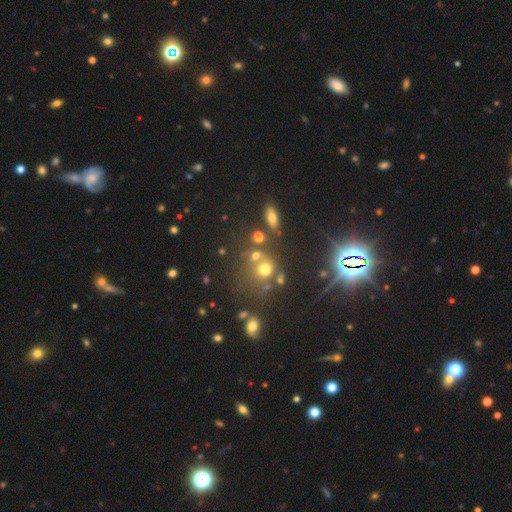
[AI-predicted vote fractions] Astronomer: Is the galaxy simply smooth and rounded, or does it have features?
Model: smooth — 62%.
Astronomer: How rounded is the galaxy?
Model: round — 76%.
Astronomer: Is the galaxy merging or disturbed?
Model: none — 51% (runner-up: merger, 30%).